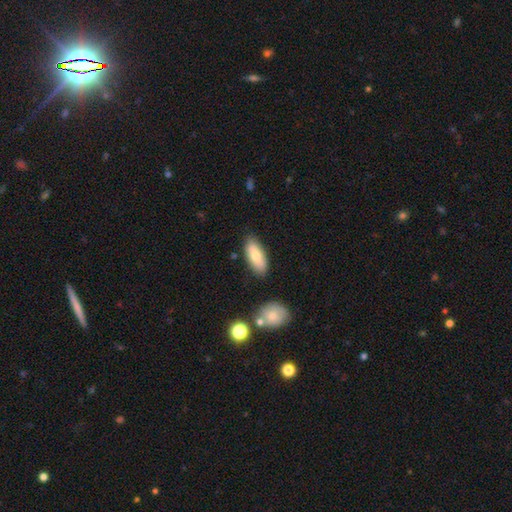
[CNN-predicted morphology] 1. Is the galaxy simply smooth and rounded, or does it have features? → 76% smooth, 18% featured or disk, 6% star or artifact.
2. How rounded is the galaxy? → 81% in between, 17% cigar-shaped, 2% round.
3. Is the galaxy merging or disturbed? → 82% none, 12% minor disturbance, 4% merger, 2% major disturbance.